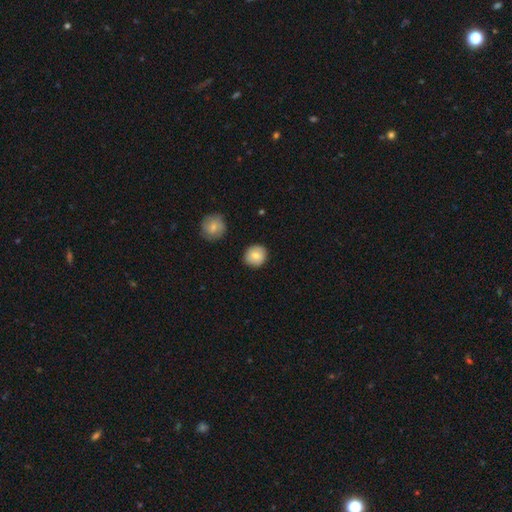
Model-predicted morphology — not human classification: The model was most divided on "smooth or featured": smooth: 80%, featured or disk: 12%, star or artifact: 8%. More confident: how rounded — round (92%); merging — none (89%).